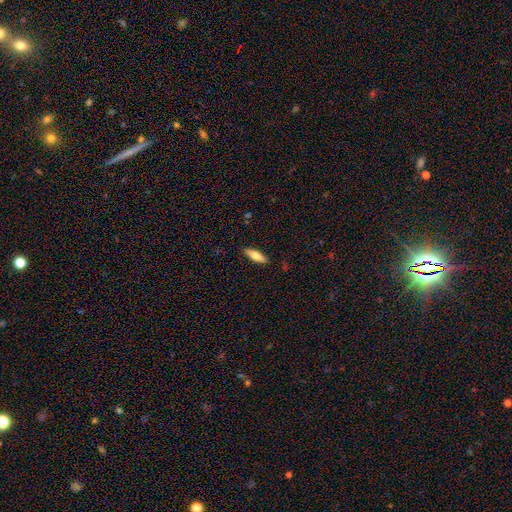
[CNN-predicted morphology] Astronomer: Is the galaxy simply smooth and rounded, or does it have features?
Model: smooth — 65%.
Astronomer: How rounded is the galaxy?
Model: cigar-shaped — 49%, tied with in between at 49%.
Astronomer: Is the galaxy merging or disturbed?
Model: none — 88%.